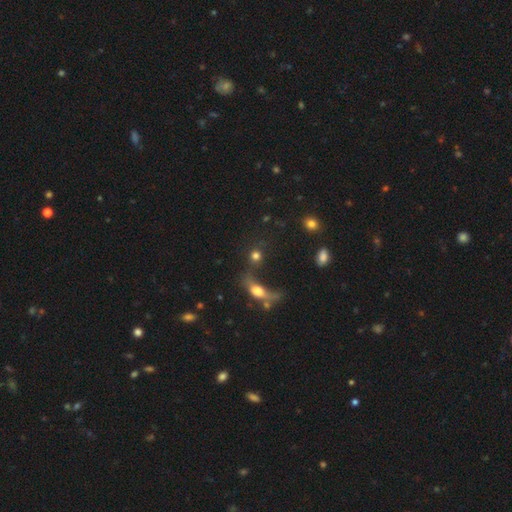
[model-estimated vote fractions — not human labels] Smooth or featured? smooth (72%)
How rounded? round (76%)
Merging? none (43%)